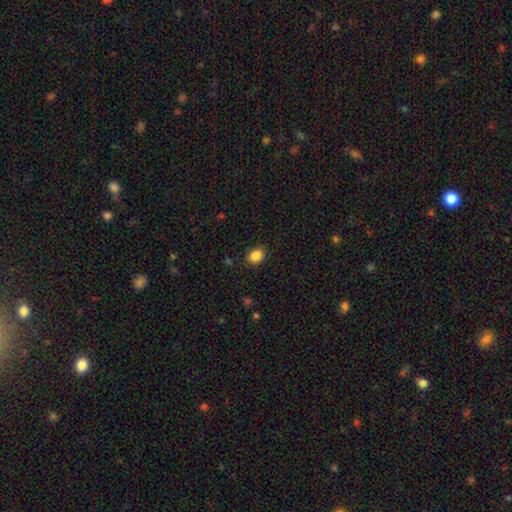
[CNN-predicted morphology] type=smooth (87%); roundness=round (61%); merging=none (89%).